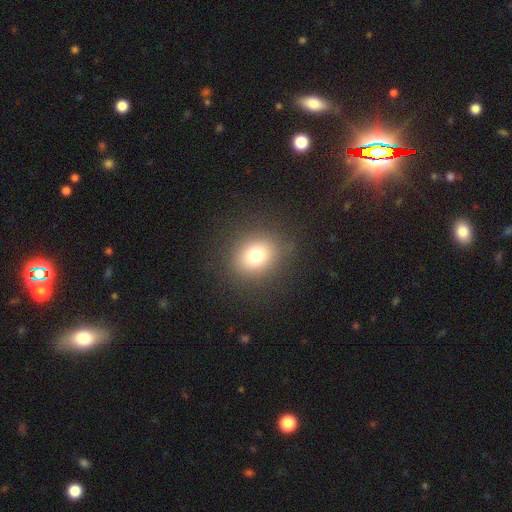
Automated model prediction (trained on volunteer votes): smooth-or-featured: smooth: 75% | star or artifact: 15% | featured or disk: 10%
  how-rounded: round: 65% | in between: 34% | cigar-shaped: 1%
  merging: none: 86% | minor disturbance: 8% | major disturbance: 5% | merger: 1%